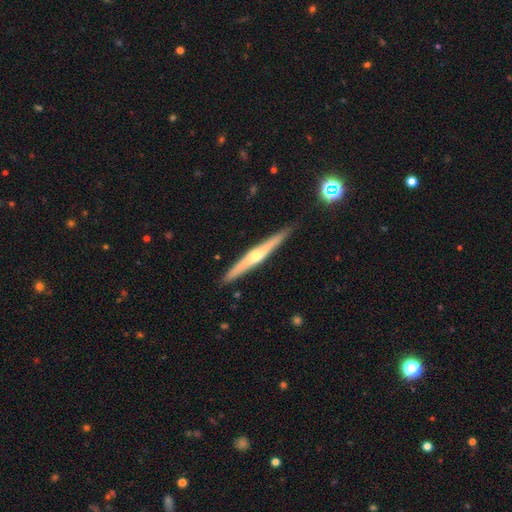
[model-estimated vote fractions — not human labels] smooth-or-featured: featured or disk: 70% | smooth: 25% | star or artifact: 6%
  disk-edge-on: yes: 97% | no: 3%
    edge-on-bulge: rounded: 83% | none: 14% | boxy: 3%
  merging: none: 89% | minor disturbance: 8% | major disturbance: 1% | merger: 1%